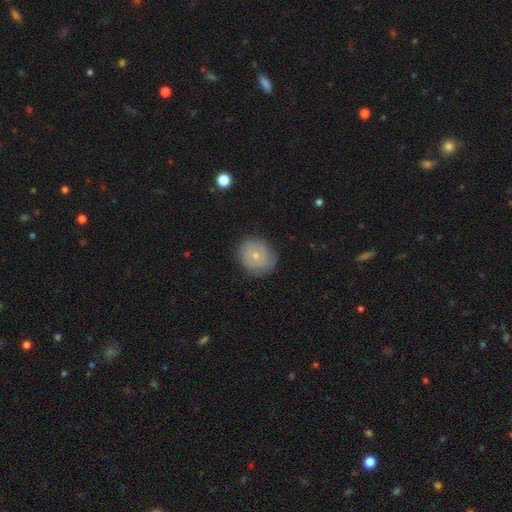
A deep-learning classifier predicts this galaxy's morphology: Overall: smooth (51%; featured or disk 41%). How rounded: round (83%). Merging: none (76%).